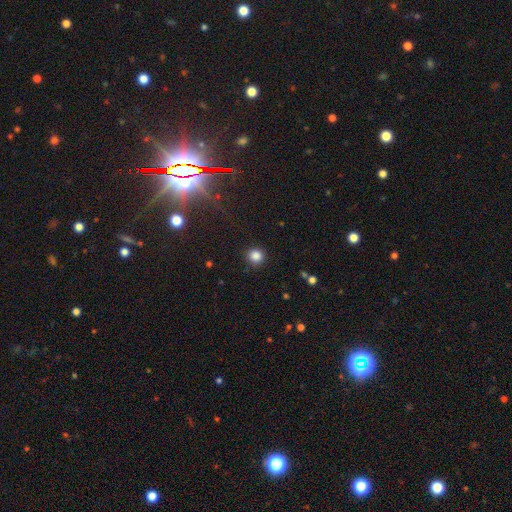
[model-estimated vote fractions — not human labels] A smooth galaxy with no disk features (84%) that is round (91%). Merging: none (89%).